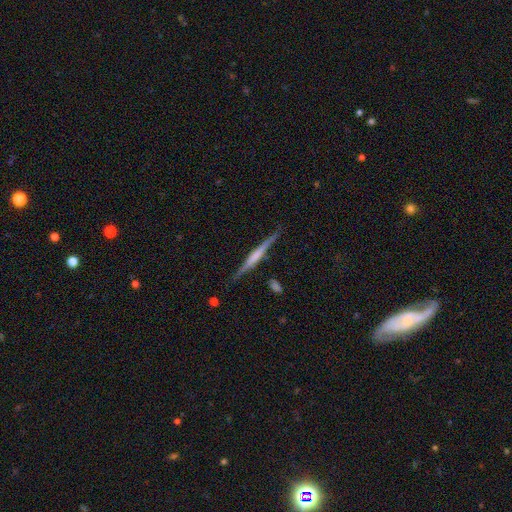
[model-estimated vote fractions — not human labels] A featured or disk galaxy (67%) viewed edge-on (98%) with no central bulge (35%).

Vote fractions:
- Smooth or featured? featured or disk: 67% / smooth: 27% / star or artifact: 6%
- Edge-on disk? yes: 98% / no: 2%
- Edge-on bulge? none: 35% / rounded: 34% / boxy: 31%
- Merging? none: 84% / minor disturbance: 11% / major disturbance: 3% / merger: 2%